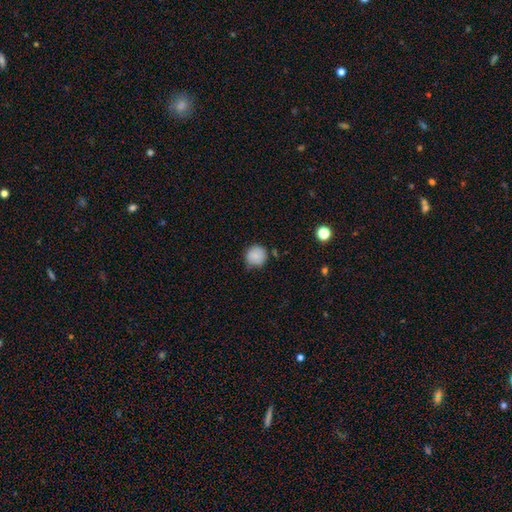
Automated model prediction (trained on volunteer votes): smooth 83%, star or artifact 8%, featured or disk 8%. Down the decision tree: how rounded — round (91%); merging — none (73%).